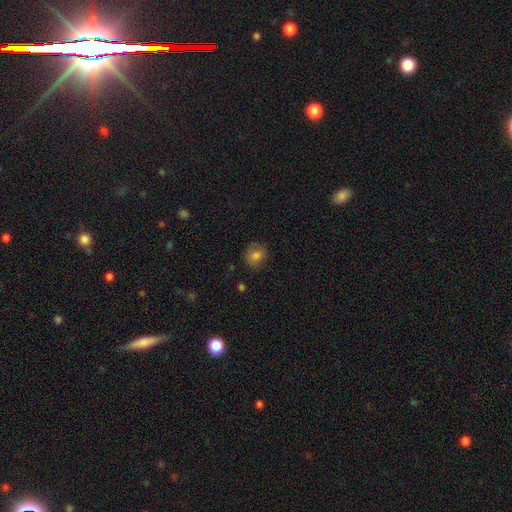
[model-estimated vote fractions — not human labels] Smooth or featured: smooth — 80% (star or artifact — 11%)
How rounded: round — 69% (in between — 30%)
Merging: none — 78% (minor disturbance — 17%)